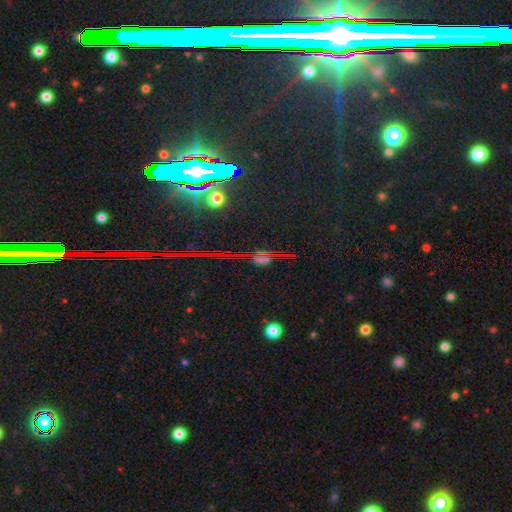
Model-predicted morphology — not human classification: A star or artifact, not a galaxy (80%).

Vote fractions:
- Smooth or featured? star or artifact: 80% / featured or disk: 11% / smooth: 9%